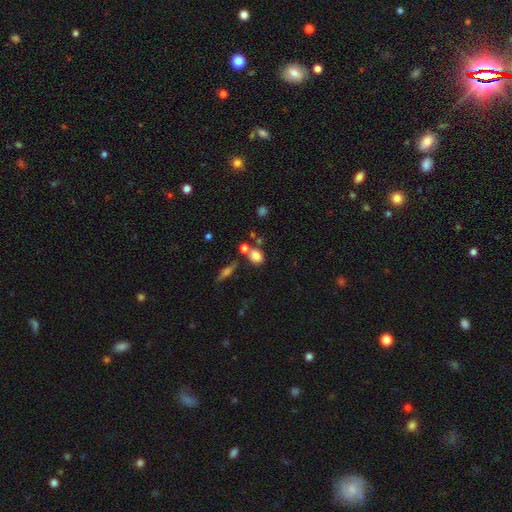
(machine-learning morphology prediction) type=smooth (80%); roundness=in between (50%); merging=none (59%).